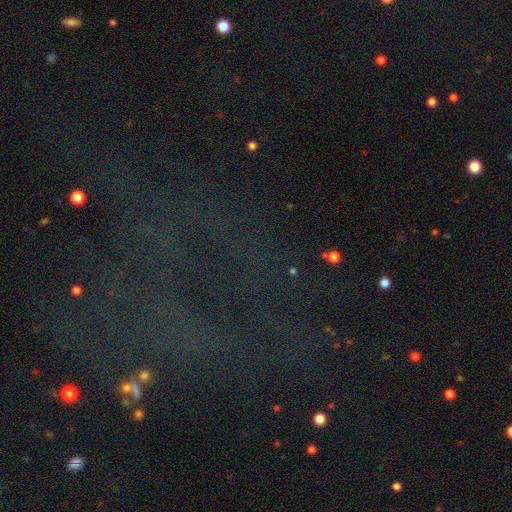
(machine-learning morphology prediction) smooth-or-featured: star or artifact: 69% | featured or disk: 16% | smooth: 15%